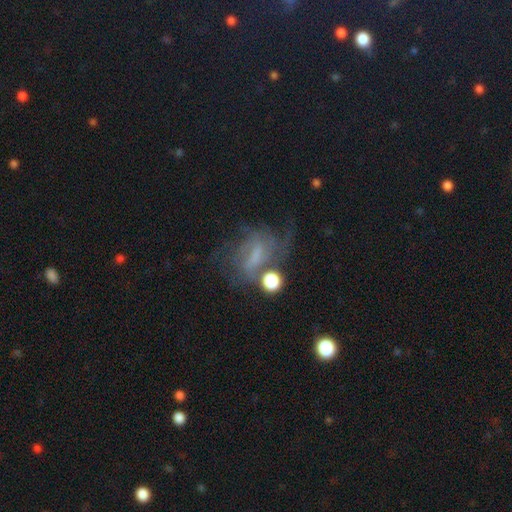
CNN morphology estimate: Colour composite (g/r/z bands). It shows a featured or disk galaxy (58%) with a weak bar (43%), spiral arms (72%) and no central bulge (44%). Merging: none (44%).